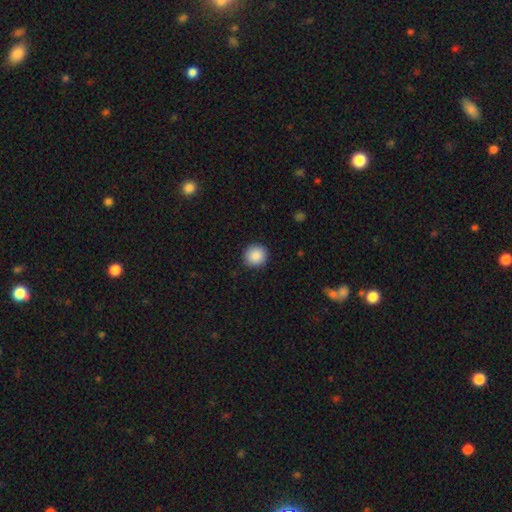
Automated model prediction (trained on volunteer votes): smooth 89%, star or artifact 8%, featured or disk 3%. Down the decision tree: how rounded — round (92%); merging — none (92%).